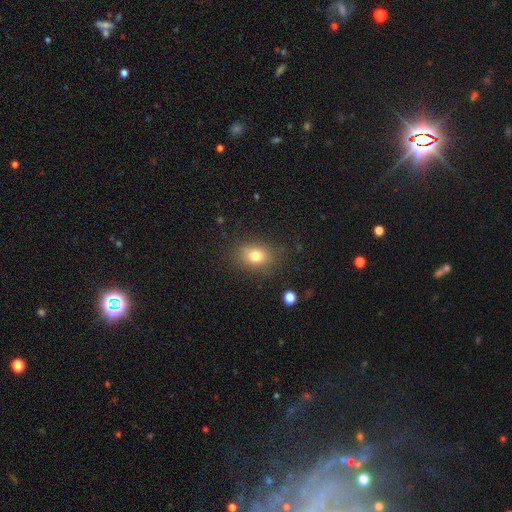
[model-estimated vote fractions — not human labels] smooth_or_featured: smooth (p=0.77) [alt: star or artifact p=0.12]
how_rounded: in between (p=0.64) [alt: round p=0.35]
merging: none (p=0.78) [alt: minor disturbance p=0.15]